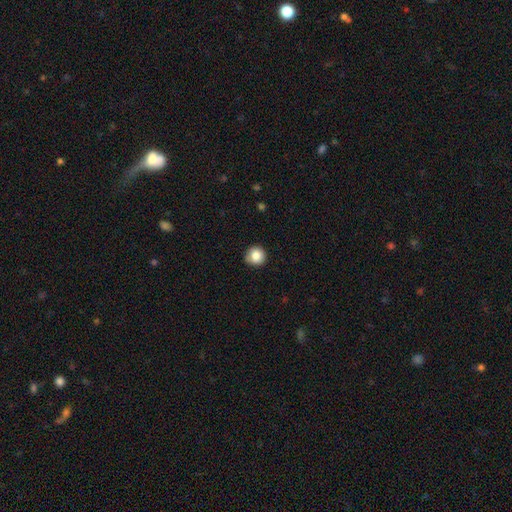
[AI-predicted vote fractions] smooth 85%, star or artifact 9%, featured or disk 6%. Down the decision tree: how rounded — round (93%); merging — none (86%).